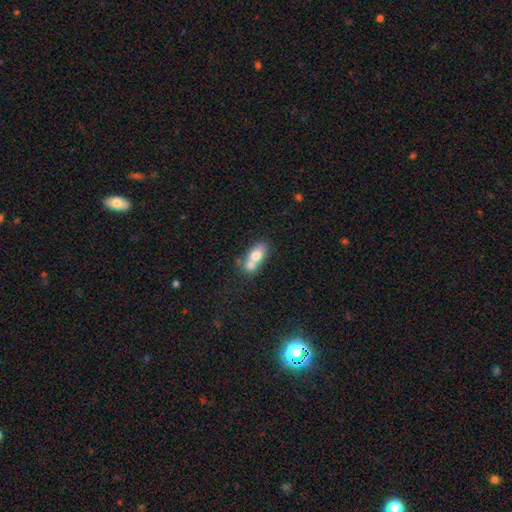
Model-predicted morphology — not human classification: type=smooth (69%); roundness=in between (77%); merging=merger (61%).